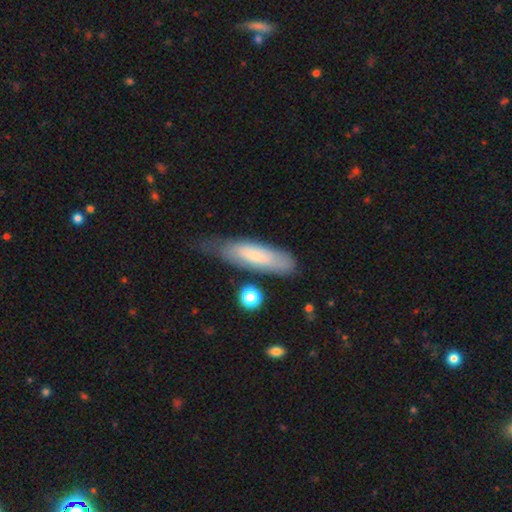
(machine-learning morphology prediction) A smooth galaxy with no disk features (68%) that is cigar-shaped (59%).

Vote fractions:
- Smooth or featured? smooth: 68% / featured or disk: 26% / star or artifact: 6%
- How rounded? cigar-shaped: 59% / in between: 39% / round: 2%
- Merging? none: 49% / minor disturbance: 34% / major disturbance: 14% / merger: 4%